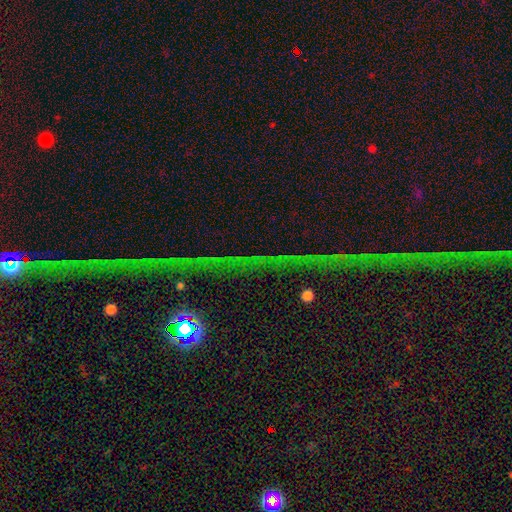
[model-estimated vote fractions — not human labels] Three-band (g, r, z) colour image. It shows a star or artifact, not a galaxy (72%).